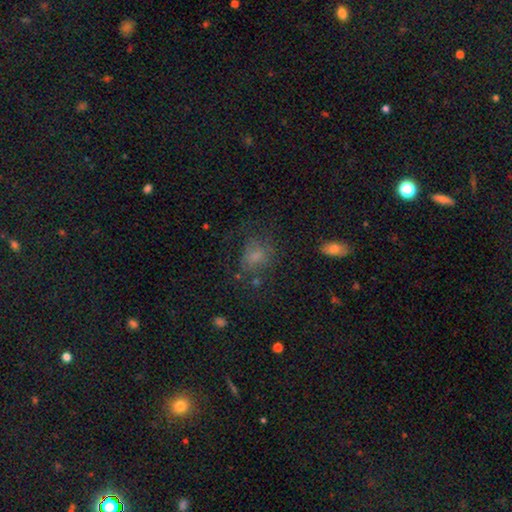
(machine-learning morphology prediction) Smooth or featured? Predicted: smooth (p=0.63). How rounded? Predicted: round (p=0.52). Merging? Predicted: none (p=0.55).